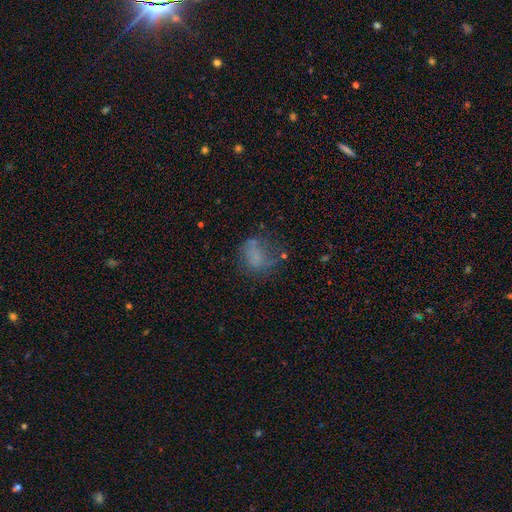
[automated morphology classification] A smooth galaxy with no disk features (56%) that is in between round and cigar-shaped (51%). Merging: none (42%).